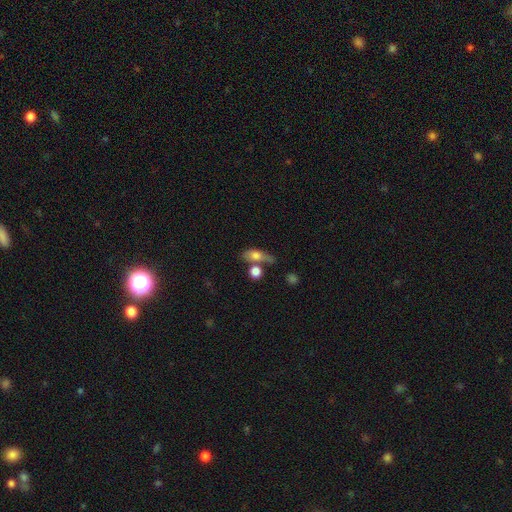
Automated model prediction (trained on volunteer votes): The model was most divided on "merging": none: 45%, merger: 28%, minor disturbance: 18%, major disturbance: 10%. More confident: smooth or featured — smooth (68%); how rounded — in between (64%).